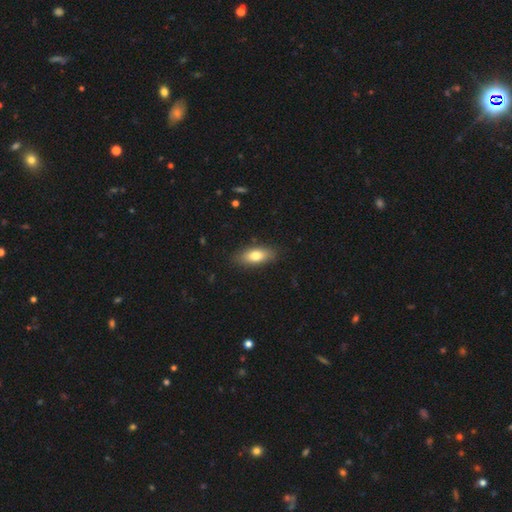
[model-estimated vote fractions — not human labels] smooth_or_featured: smooth (p=0.76) [alt: featured or disk p=0.18]
how_rounded: in between (p=0.82) [alt: cigar-shaped p=0.14]
merging: none (p=0.85) [alt: minor disturbance p=0.11]